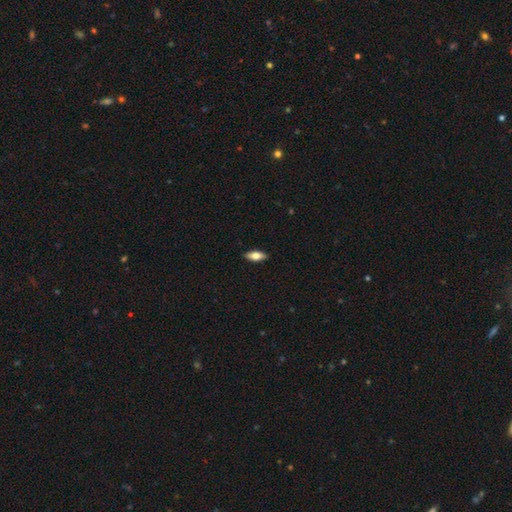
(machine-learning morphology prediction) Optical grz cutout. It shows a smooth galaxy with no disk features (73%) that is in between round and cigar-shaped (79%). Merging: none (89%).